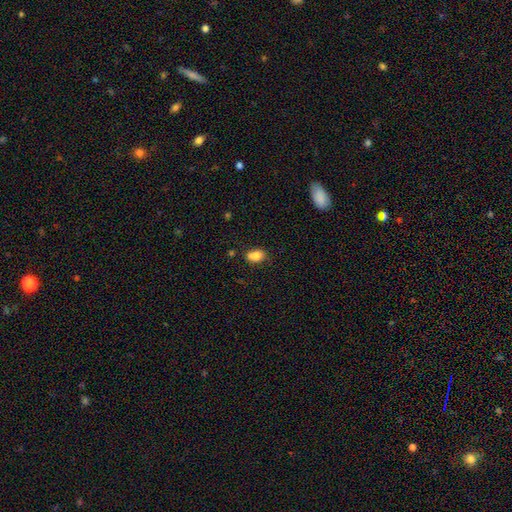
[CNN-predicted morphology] This appears to be a smooth galaxy with no disk features (79%) that is in between round and cigar-shaped (65%). Merging: none (53%).